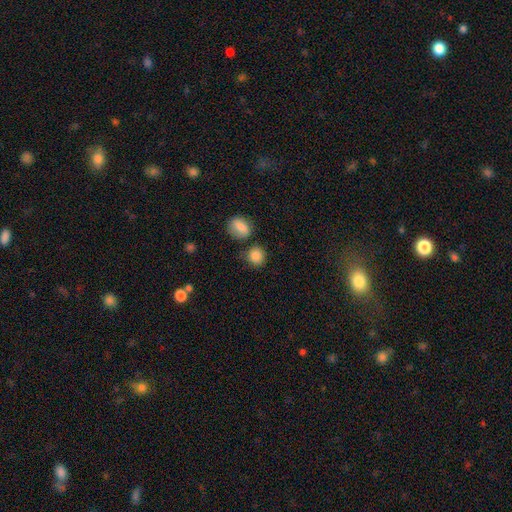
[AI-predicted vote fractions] A smooth galaxy with no disk features (87%) that is round (80%).

Vote fractions:
- Smooth or featured? smooth: 87% / star or artifact: 9% / featured or disk: 4%
- How rounded? round: 80% / in between: 19% / cigar-shaped: 1%
- Merging? none: 68% / minor disturbance: 14% / merger: 13% / major disturbance: 5%